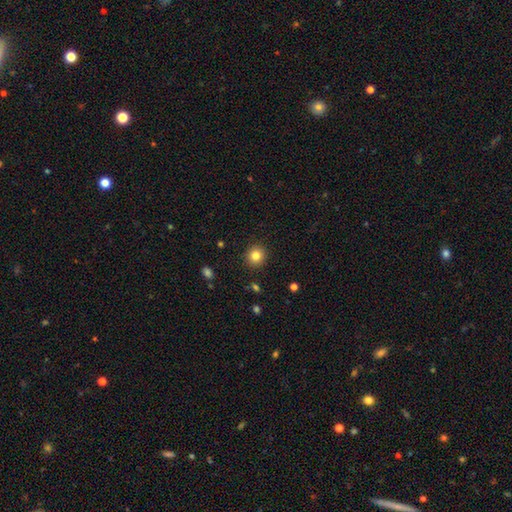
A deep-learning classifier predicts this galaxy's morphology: Smooth or featured? Predicted: smooth (p=0.82). How rounded? Predicted: round (p=0.90). Merging? Predicted: none (p=0.91).